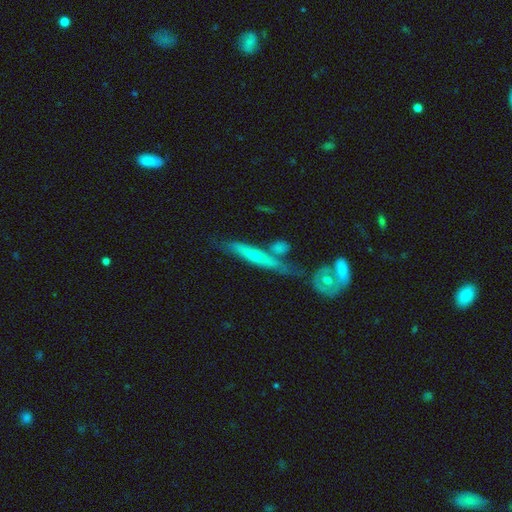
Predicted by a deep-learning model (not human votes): Q: Smooth or featured?
A: featured or disk (60%); runner-up: smooth (34%)
Q: Edge-on disk?
A: yes (84%); runner-up: no (16%)
Q: Merging?
A: none (54%); runner-up: merger (21%)